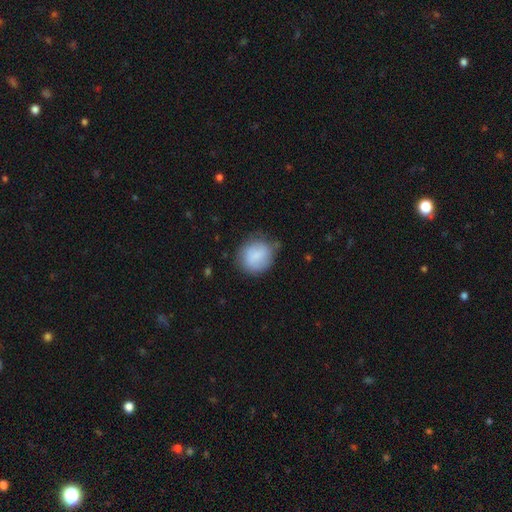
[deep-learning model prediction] This is clearly a smooth galaxy (82%). How rounded: likely round (78%). Merging: likely none (65%).